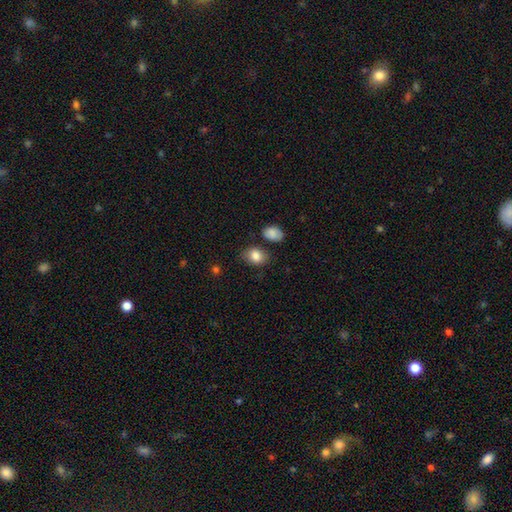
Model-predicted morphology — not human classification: This is clearly a smooth galaxy (84%). How rounded: likely in between (69%). Merging: likely none (73%).